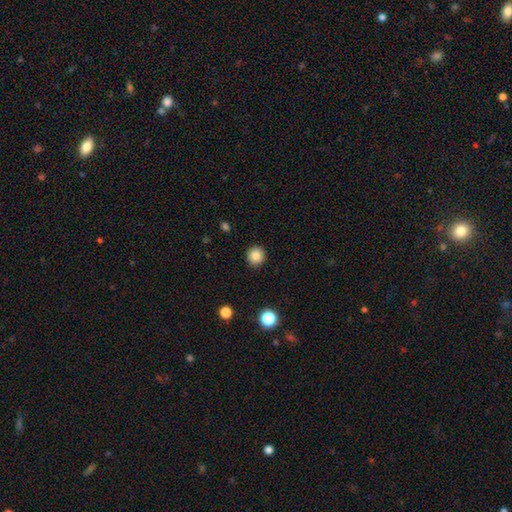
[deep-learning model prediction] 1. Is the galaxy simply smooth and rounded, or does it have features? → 86% smooth, 10% star or artifact, 3% featured or disk.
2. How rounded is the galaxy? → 92% round, 8% in between, 1% cigar-shaped.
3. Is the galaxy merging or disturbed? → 91% none, 6% minor disturbance, 2% major disturbance, 1% merger.